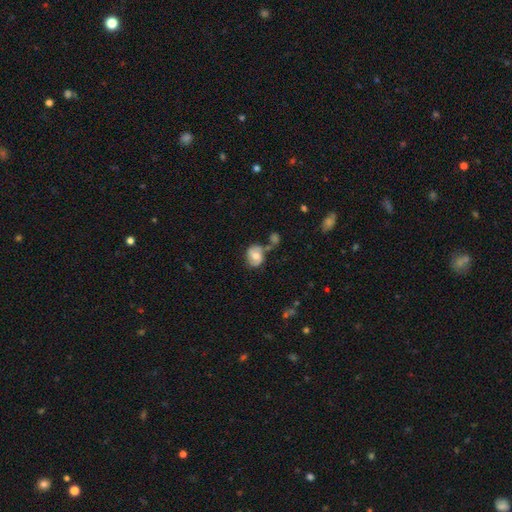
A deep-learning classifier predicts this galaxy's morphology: Smooth or featured: featured or disk — 50% (smooth — 42%)
Edge-on disk: no — 97% (yes — 3%)
Merging: none — 55% (minor disturbance — 21%)